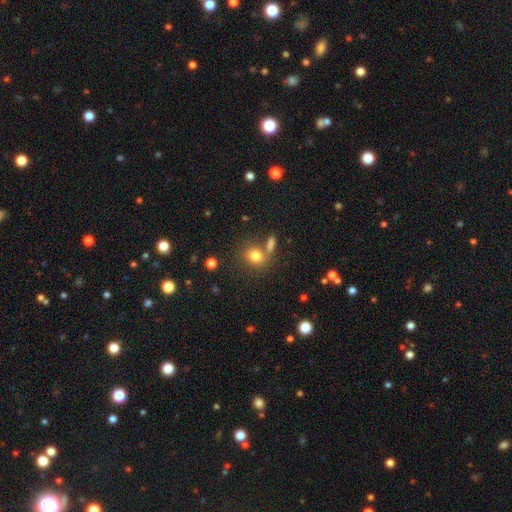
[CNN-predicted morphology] This is likely a smooth galaxy (79%). How rounded: likely round (66%). Merging: likely none (64%).